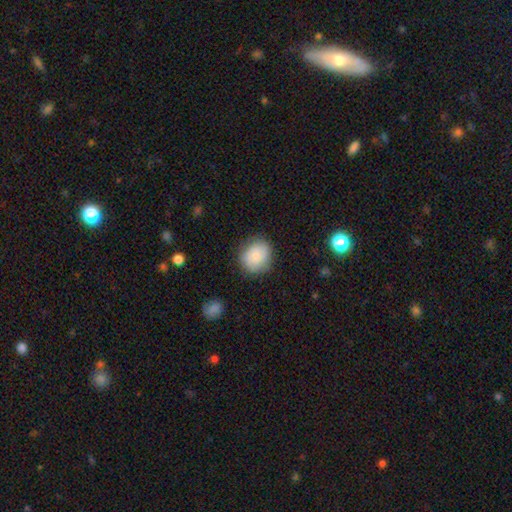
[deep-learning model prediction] This is likely a smooth galaxy (78%). How rounded: likely round (72%). Merging: clearly none (81%).